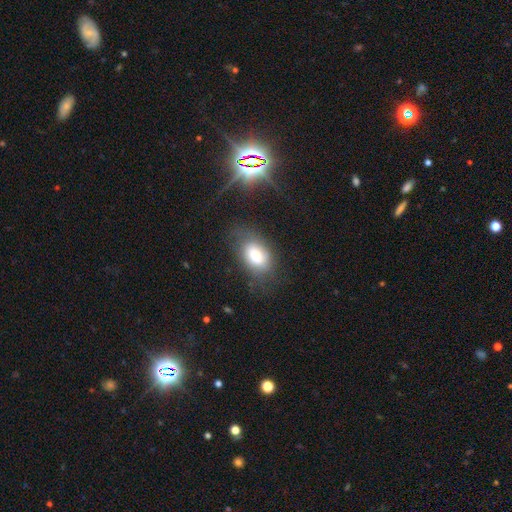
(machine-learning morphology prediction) type=smooth (75%); roundness=in between (86%); merging=none (61%).